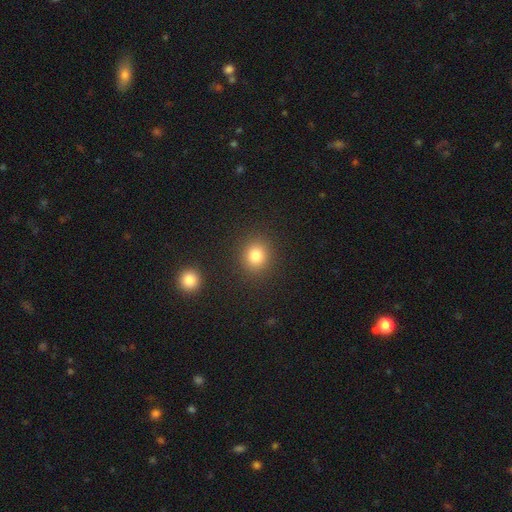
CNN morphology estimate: smooth 81%, star or artifact 12%, featured or disk 6%. Down the decision tree: how rounded — round (81%); merging — none (88%).